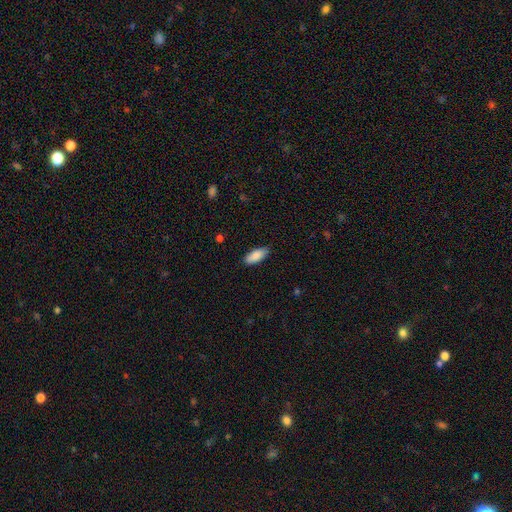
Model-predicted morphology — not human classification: Overall: smooth (88%). How rounded: in between (80%). Merging: none (83%).